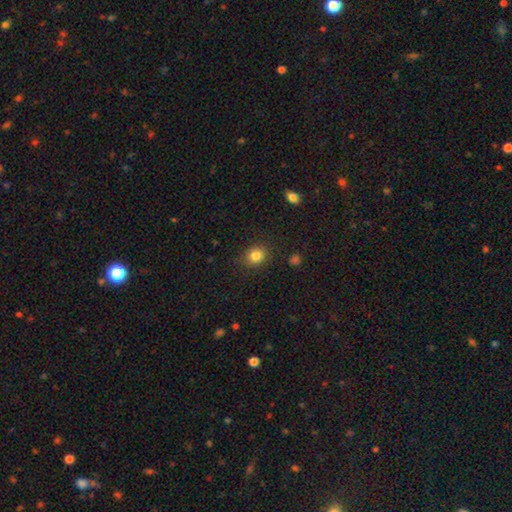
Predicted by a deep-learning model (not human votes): Smooth or featured? smooth (84%)
How rounded? round (71%)
Merging? none (82%)